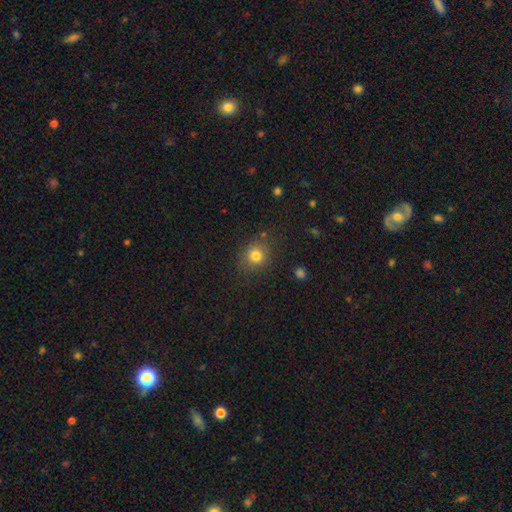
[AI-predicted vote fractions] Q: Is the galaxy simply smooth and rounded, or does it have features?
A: smooth — 79%.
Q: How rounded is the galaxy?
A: round — 78%.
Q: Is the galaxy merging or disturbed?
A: none — 83%.